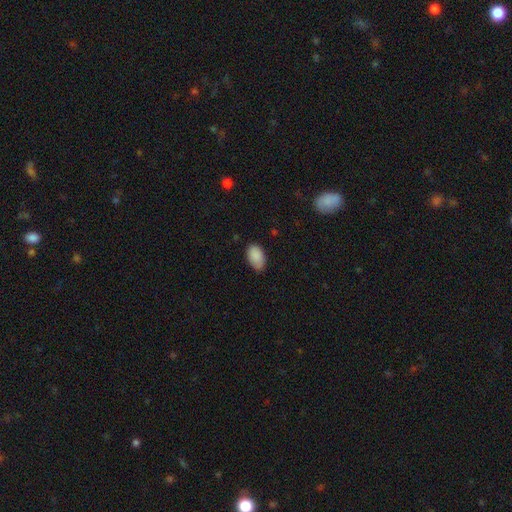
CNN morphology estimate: Smooth or featured? Predicted: smooth (p=0.89). How rounded? Predicted: in between (p=0.94). Merging? Predicted: none (p=0.75).